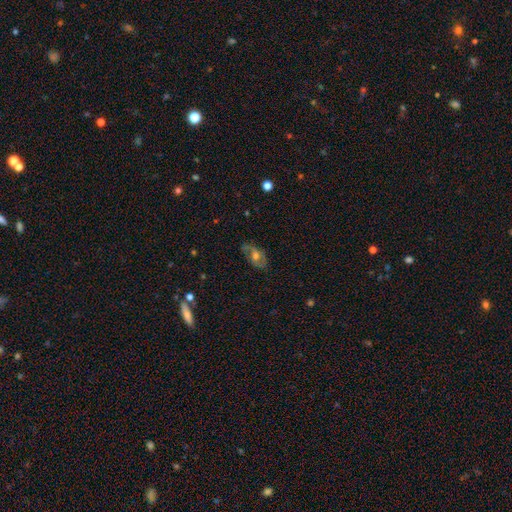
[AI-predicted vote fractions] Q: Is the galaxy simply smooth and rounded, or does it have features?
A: featured or disk — 64%.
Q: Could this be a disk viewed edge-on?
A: no — 91%.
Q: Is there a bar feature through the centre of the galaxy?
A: no — 59%.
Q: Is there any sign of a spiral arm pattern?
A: yes — 69%.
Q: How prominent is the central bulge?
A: moderate — 65%.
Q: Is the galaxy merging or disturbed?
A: none — 73%.